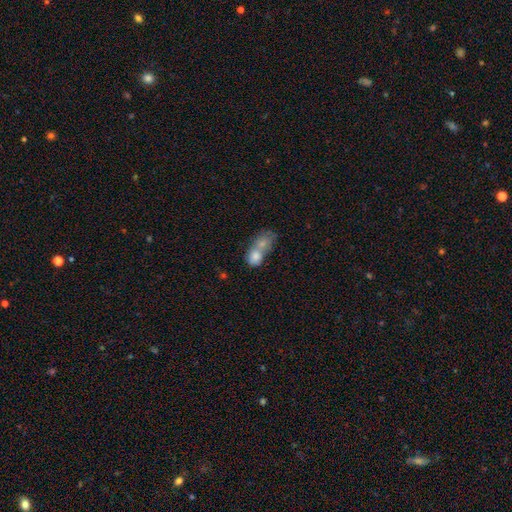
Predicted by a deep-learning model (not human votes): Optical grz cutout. It shows a smooth galaxy with no disk features (74%) that is in between round and cigar-shaped (60%). Merging: merger (75%).